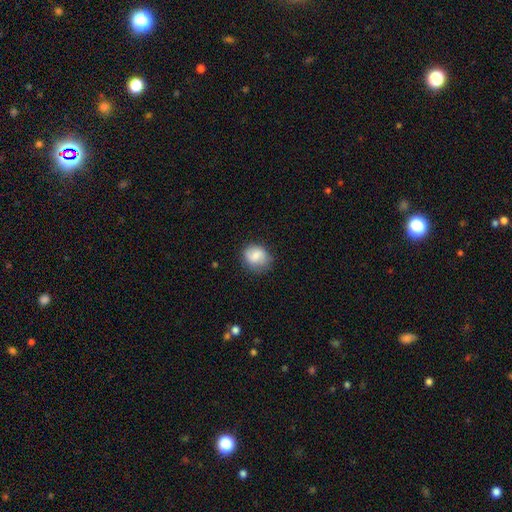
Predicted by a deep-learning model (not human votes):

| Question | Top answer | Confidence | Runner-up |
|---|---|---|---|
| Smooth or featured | smooth | 79% | featured or disk (13%) |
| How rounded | round | 68% | in between (31%) |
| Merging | none | 73% | minor disturbance (21%) |